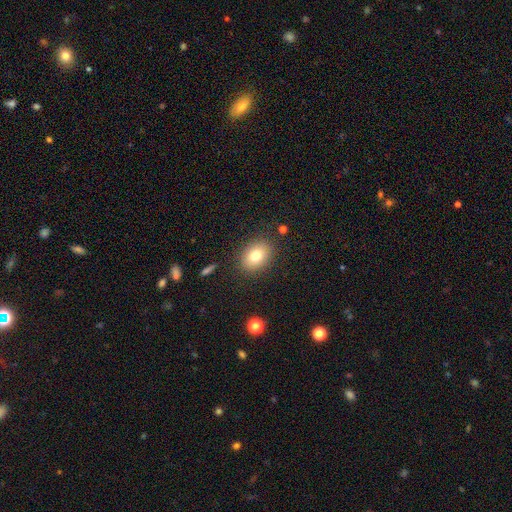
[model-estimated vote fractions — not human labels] A smooth galaxy with no disk features (78%) that is in between round and cigar-shaped (63%). Merging: none (86%).